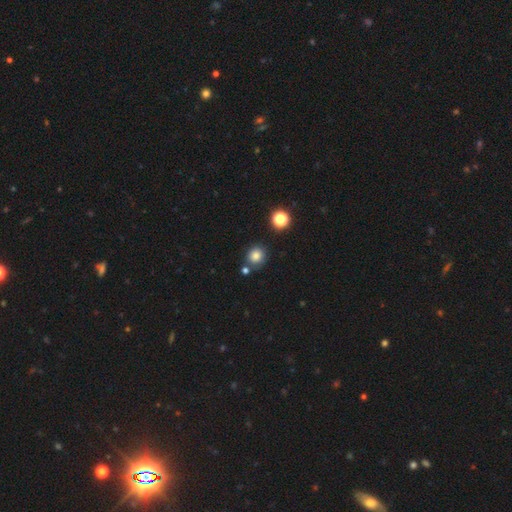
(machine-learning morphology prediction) Smooth or featured?
  - smooth: 82% *
  - star or artifact: 13%
  - featured or disk: 6%
How rounded?
  - round: 85% *
  - in between: 14%
  - cigar-shaped: 1%
Merging?
  - none: 79% *
  - minor disturbance: 10%
  - merger: 8%
  - major disturbance: 3%